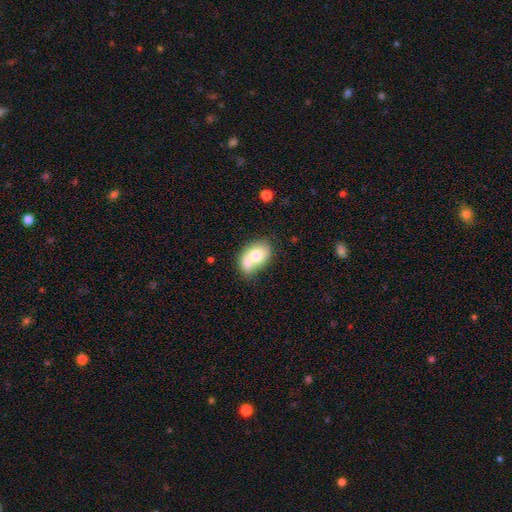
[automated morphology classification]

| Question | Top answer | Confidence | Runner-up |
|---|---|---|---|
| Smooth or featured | smooth | 68% | featured or disk (25%) |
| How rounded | in between | 72% | round (27%) |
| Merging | merger | 61% | none (24%) |